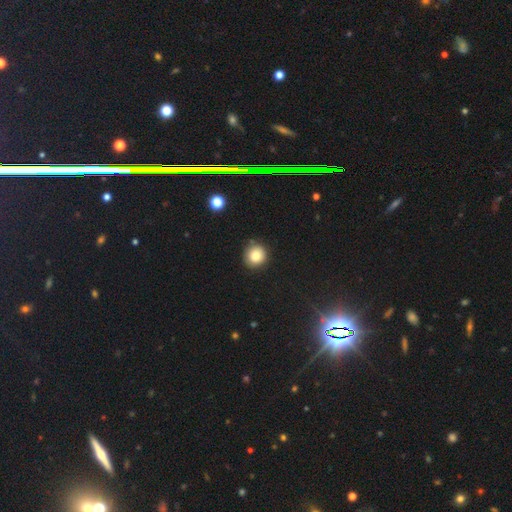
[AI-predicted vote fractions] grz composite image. It shows a smooth galaxy with no disk features (83%) that is round (90%). Merging: none (85%).